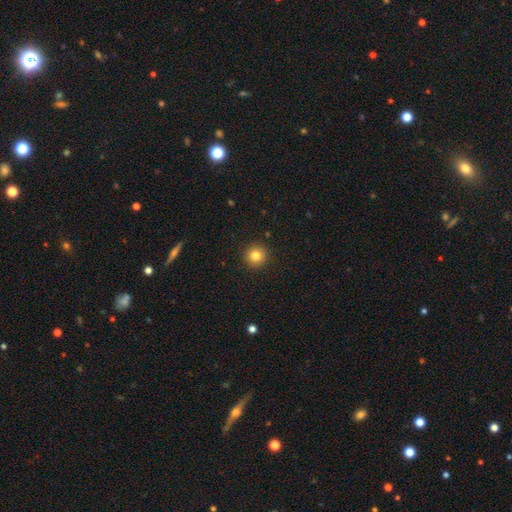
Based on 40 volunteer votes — Smooth or featured? 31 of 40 (78%) said smooth. How rounded? 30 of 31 (97%) said round. Merging? 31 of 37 (84%) said none.